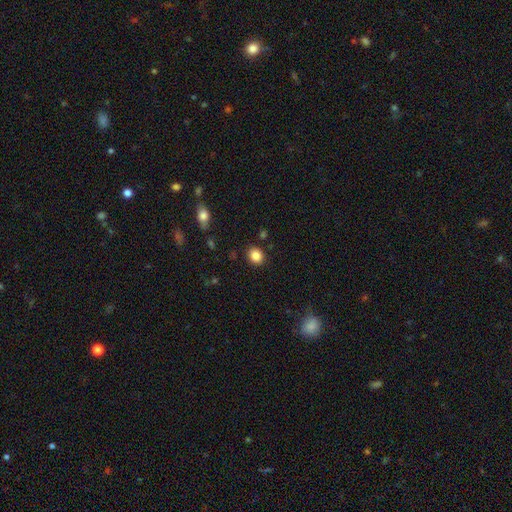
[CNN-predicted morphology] smooth_or_featured: smooth (p=0.85) [alt: star or artifact p=0.10]
how_rounded: round (p=0.63) [alt: in between p=0.36]
merging: none (p=0.88) [alt: minor disturbance p=0.08]